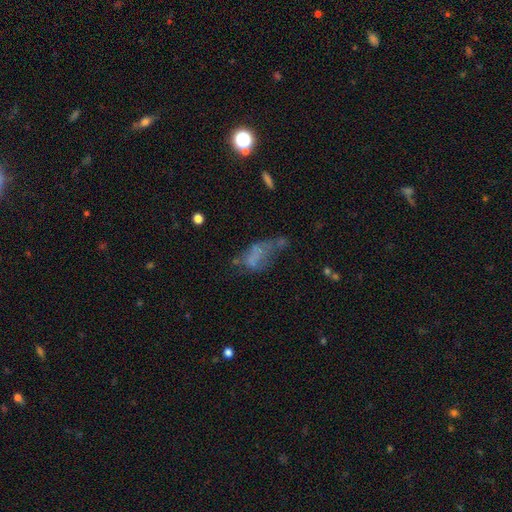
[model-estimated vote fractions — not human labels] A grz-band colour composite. It shows a smooth galaxy with no disk features (44%). Merging: major disturbance (37%).